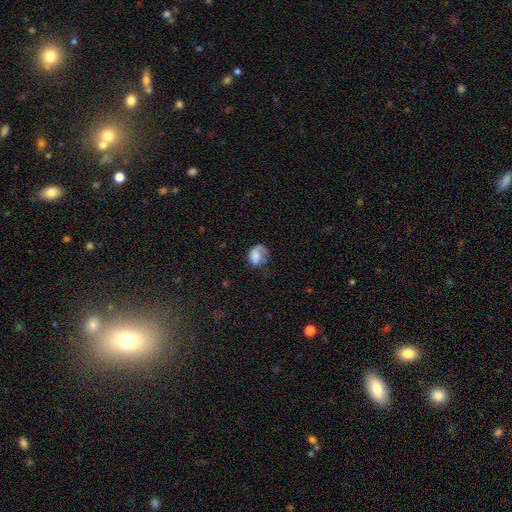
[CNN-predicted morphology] type=smooth (51%); roundness=in between (51%); merging=none (37%).